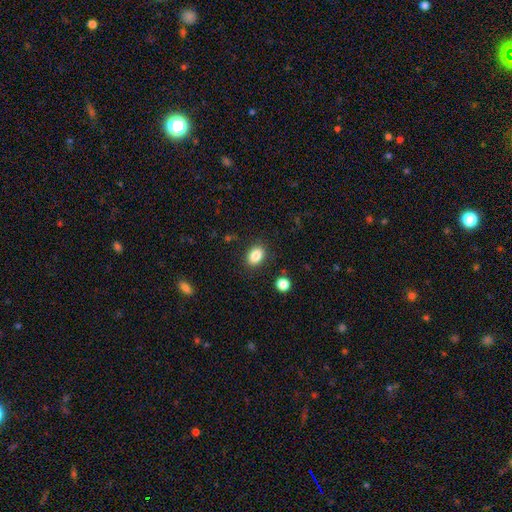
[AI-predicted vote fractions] smooth 85%, star or artifact 9%, featured or disk 6%. Down the decision tree: how rounded — in between (78%); merging — none (86%).